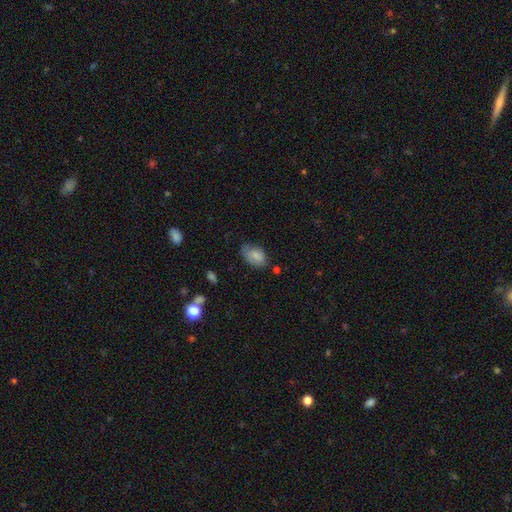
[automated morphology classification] smooth 77%, featured or disk 14%, star or artifact 8%. Down the decision tree: how rounded — in between (87%); merging — none (55%).